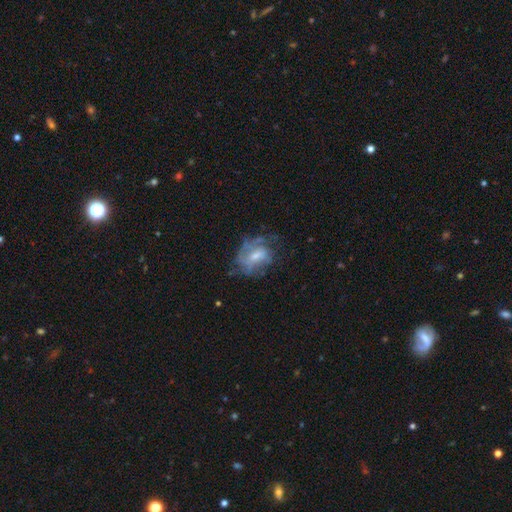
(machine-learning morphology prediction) The model was most divided on "bar": no: 46%, weak: 44%, strong: 10%. Remaining: edge-on disk — no (97%); smooth or featured — featured or disk (62%); spiral arms — yes (59%); merging — none (46%); bulge size — moderate (45%).